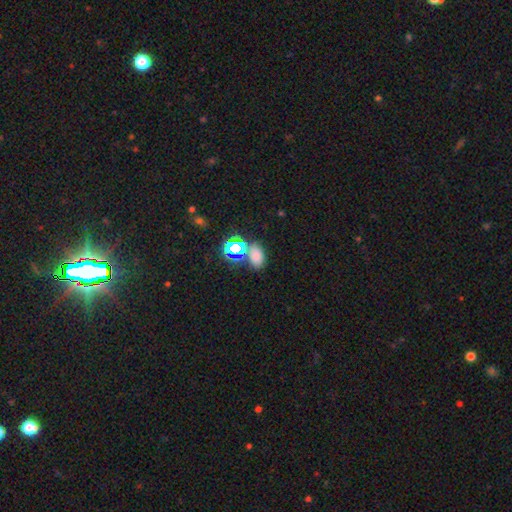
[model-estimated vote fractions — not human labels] Morphology: type=smooth (65%); roundness=in between (80%); merging=none (69%).